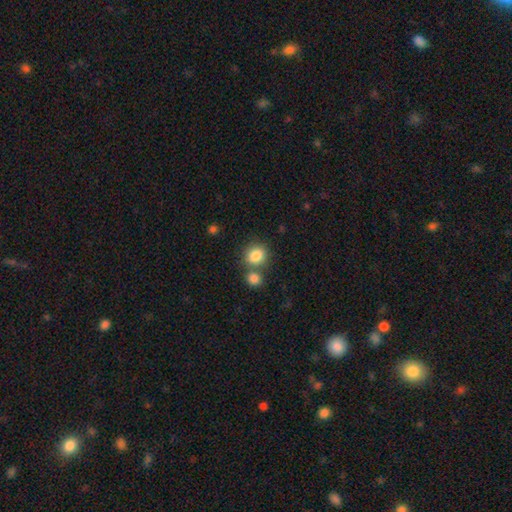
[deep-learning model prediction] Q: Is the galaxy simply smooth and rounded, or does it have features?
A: smooth — 84%.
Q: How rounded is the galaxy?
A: round — 72%.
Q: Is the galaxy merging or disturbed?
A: none — 57%.